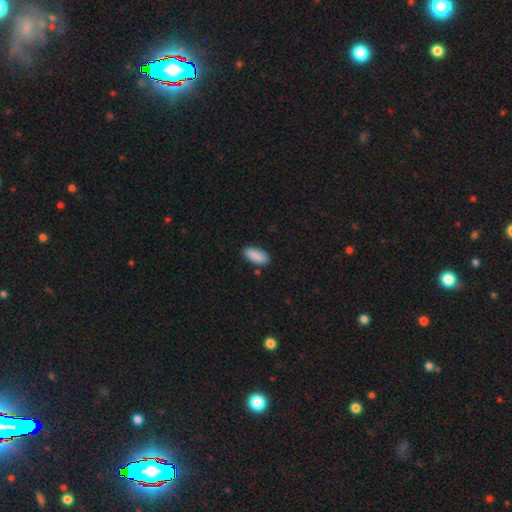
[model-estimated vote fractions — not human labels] Smooth or featured? smooth (90%)
How rounded? in between (86%)
Merging? none (84%)